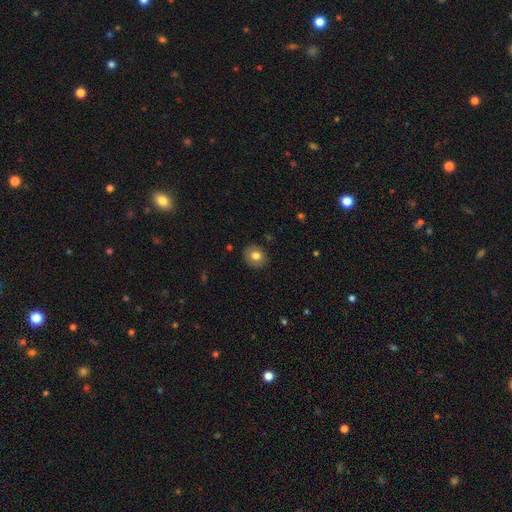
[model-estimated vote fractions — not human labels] Morphology: type=smooth (76%); roundness=round (77%); merging=none (86%).